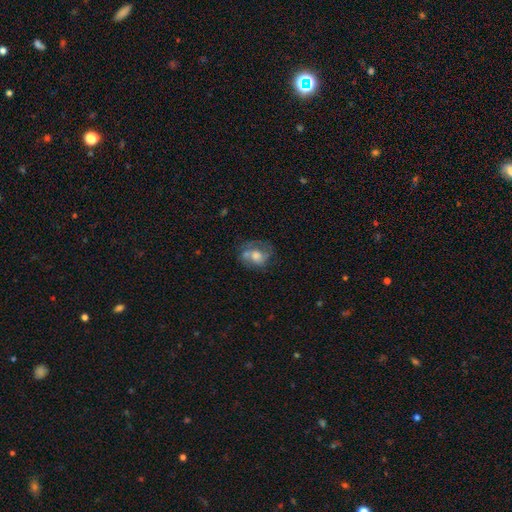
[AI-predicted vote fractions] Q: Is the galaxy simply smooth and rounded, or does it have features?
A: featured or disk — 52%.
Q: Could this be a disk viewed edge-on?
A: no — 97%.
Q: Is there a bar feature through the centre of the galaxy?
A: no — 73%.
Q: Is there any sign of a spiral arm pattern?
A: yes — 63%.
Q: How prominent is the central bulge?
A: moderate — 48%.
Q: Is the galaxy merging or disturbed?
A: none — 46%.